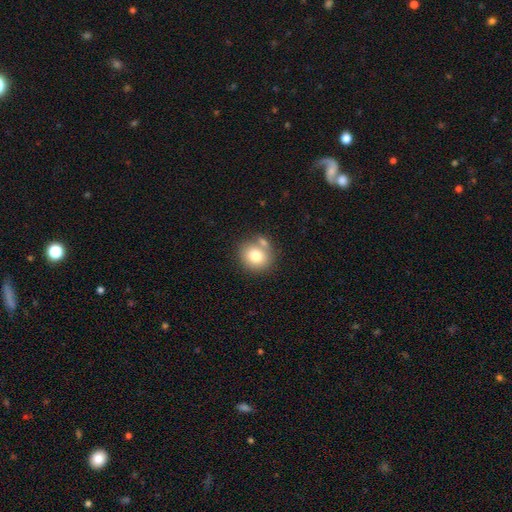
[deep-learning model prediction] Morphology: type=smooth (77%); roundness=round (78%); merging=none (62%).